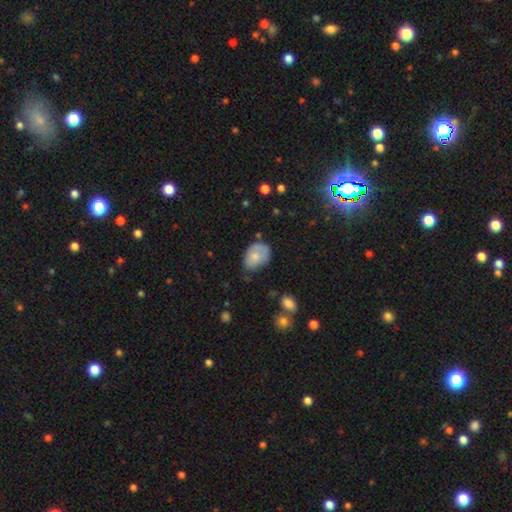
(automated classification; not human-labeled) This is likely a smooth galaxy (69%). How rounded: likely in between (73%). Merging: possibly none (49%).